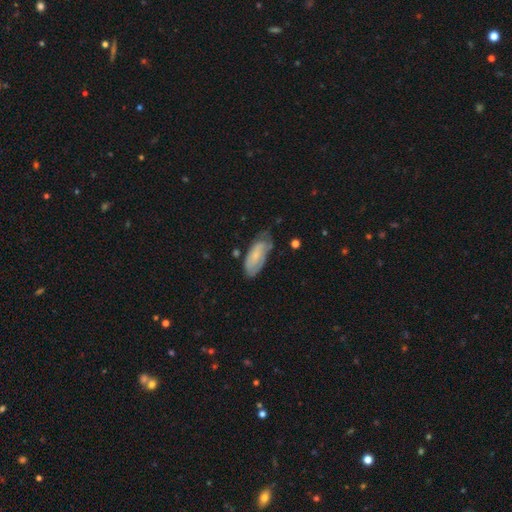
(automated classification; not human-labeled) smooth 52%, featured or disk 41%, star or artifact 7%. Down the decision tree: how rounded — in between (82%); merging — none (52%).